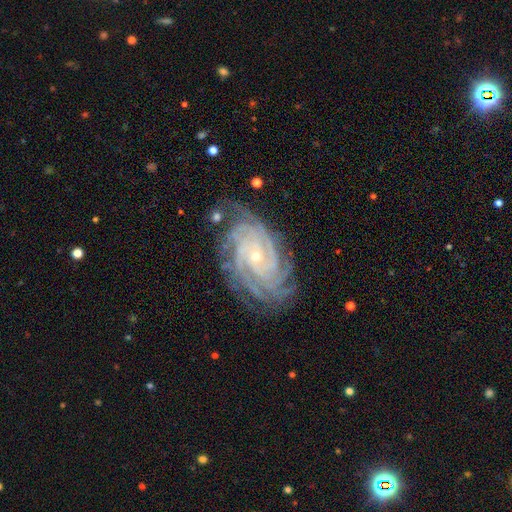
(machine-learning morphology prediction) Smooth or featured?
  - featured or disk: 91% *
  - star or artifact: 5%
  - smooth: 3%
Edge-on disk?
  - no: 97% *
  - yes: 3%
Bar?
  - no: 68% *
  - weak: 23%
  - strong: 9%
Spiral arms?
  - yes: 99% *
  - no: 1%
Spiral winding?
  - tight: 82% *
  - medium: 16%
  - loose: 2%
Spiral arm count?
  - more than 4: 32% *
  - 4: 29%
  - can't tell: 14%
  - 3: 11%
  - 2: 8%
  - 1: 7%
Bulge size?
  - small: 76% *
  - moderate: 21%
  - large: 1%
  - none: 1%
  - dominant: 1%
Merging?
  - none: 78% *
  - minor disturbance: 16%
  - major disturbance: 5%
  - merger: 2%